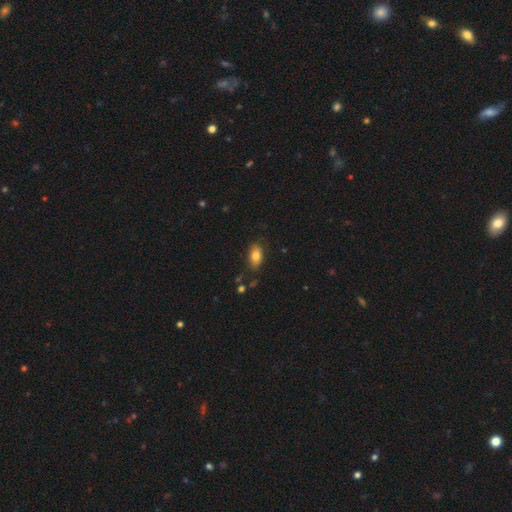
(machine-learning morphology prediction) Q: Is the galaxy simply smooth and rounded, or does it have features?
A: smooth — 81%.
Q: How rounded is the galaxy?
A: in between — 90%.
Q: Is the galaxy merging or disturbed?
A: none — 80%.